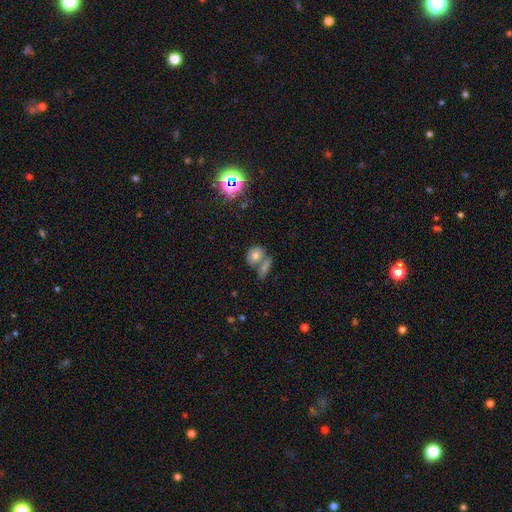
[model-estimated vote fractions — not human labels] Morphology: type=smooth (70%); roundness=round (55%); merging=none (46%).